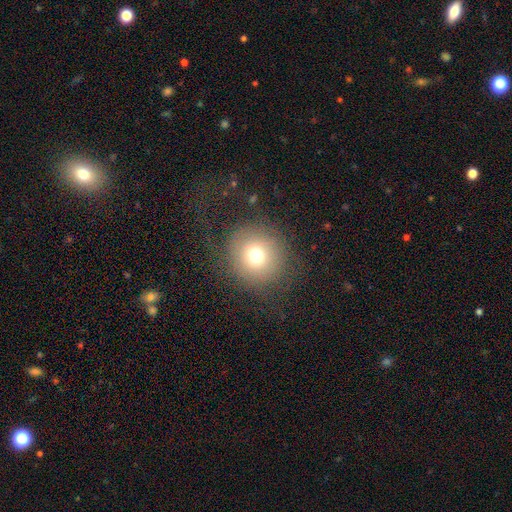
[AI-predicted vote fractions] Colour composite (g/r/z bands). It shows a smooth galaxy with no disk features (71%) that is round (94%). Merging: none (80%).